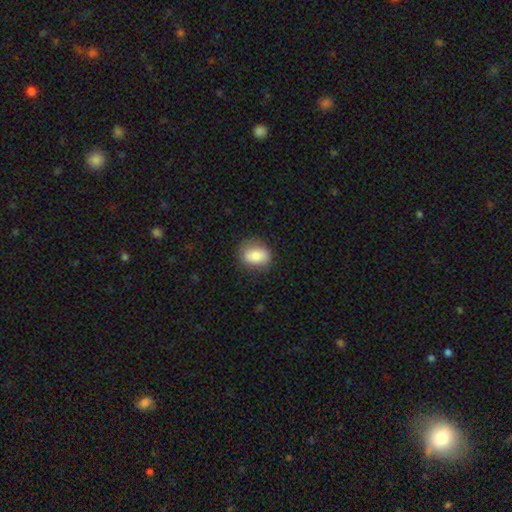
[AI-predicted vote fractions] A smooth galaxy with no disk features (81%) that is in between round and cigar-shaped (67%).

Vote fractions:
- Smooth or featured? smooth: 81% / featured or disk: 12% / star or artifact: 7%
- How rounded? in between: 67% / round: 32% / cigar-shaped: 2%
- Merging? none: 77% / minor disturbance: 17% / major disturbance: 5% / merger: 1%